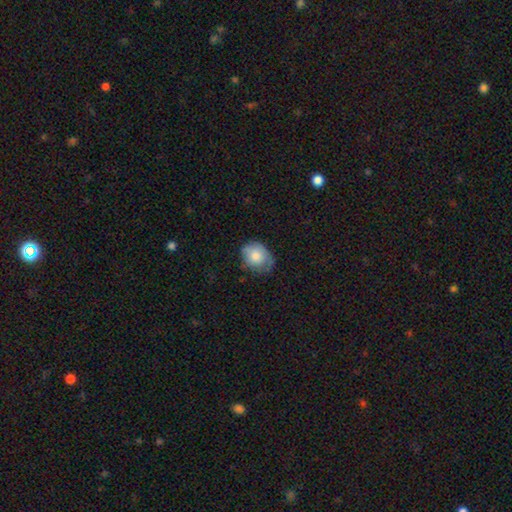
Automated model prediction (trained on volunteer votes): smooth-or-featured: smooth: 79% | featured or disk: 14% | star or artifact: 7%
  how-rounded: in between: 51% | round: 48% | cigar-shaped: 1%
  merging: none: 59% | minor disturbance: 32% | major disturbance: 8% | merger: 1%